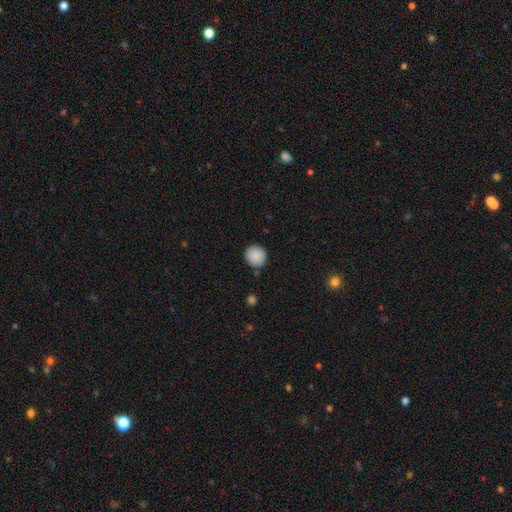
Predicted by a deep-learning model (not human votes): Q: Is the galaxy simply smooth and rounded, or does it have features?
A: smooth — 89%.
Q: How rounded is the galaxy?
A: round — 92%.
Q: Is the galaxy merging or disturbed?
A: none — 88%.